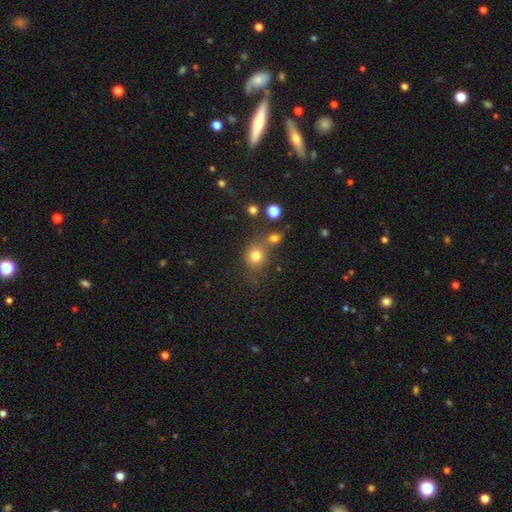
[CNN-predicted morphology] Smooth or featured: smooth — 77% (star or artifact — 14%)
How rounded: round — 78% (in between — 21%)
Merging: none — 56% (merger — 25%)